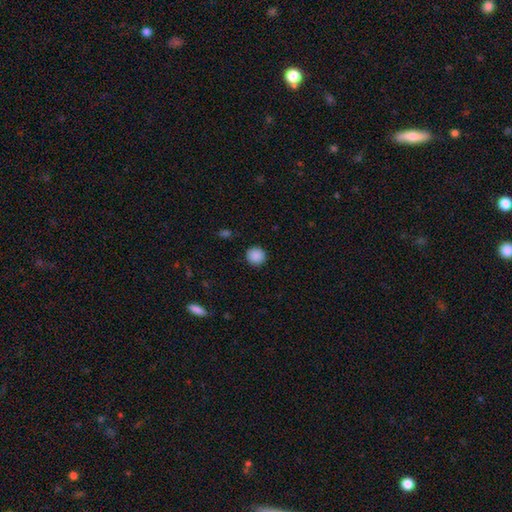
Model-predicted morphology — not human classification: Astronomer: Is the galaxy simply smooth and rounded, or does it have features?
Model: smooth — 89%.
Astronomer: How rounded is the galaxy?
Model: round — 93%.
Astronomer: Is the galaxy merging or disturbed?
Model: none — 91%.